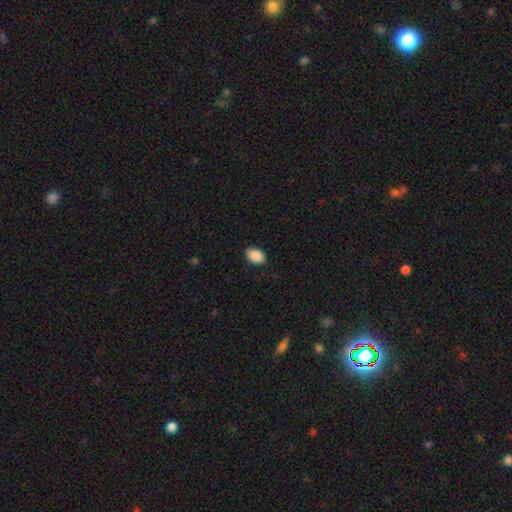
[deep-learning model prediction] Smooth or featured: smooth — 90% (star or artifact — 7%)
How rounded: in between — 88% (round — 11%)
Merging: none — 86% (minor disturbance — 11%)